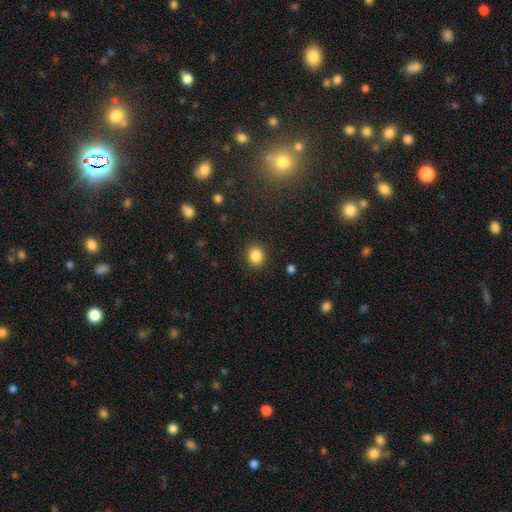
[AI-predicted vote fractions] A smooth galaxy with no disk features (86%) that is round (68%). Merging: none (90%).